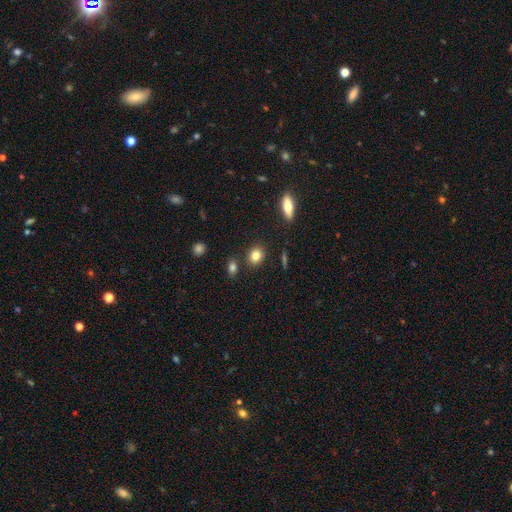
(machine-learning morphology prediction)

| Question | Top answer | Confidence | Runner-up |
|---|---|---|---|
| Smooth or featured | smooth | 84% | star or artifact (10%) |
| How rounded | round | 60% | in between (38%) |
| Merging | none | 85% | minor disturbance (8%) |